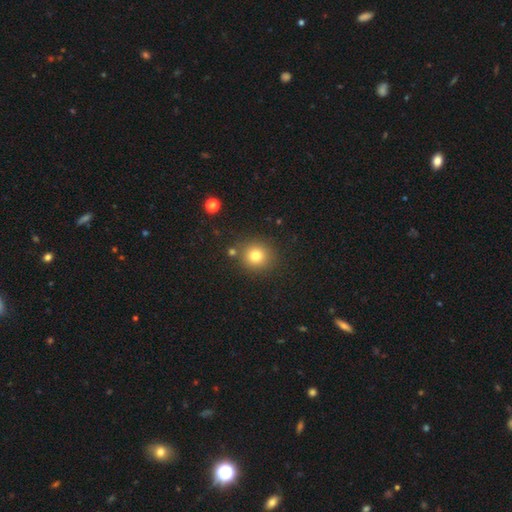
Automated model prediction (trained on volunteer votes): A smooth galaxy with no disk features (78%) that is round (90%). Merging: none (84%).